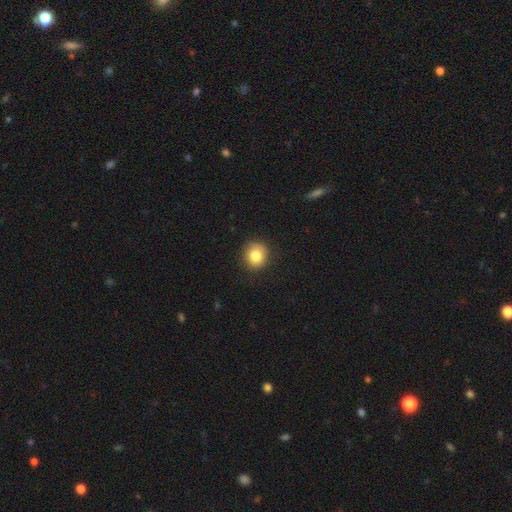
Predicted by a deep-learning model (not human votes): This is clearly a smooth galaxy (84%). How rounded: clearly round (86%). Merging: clearly none (83%).